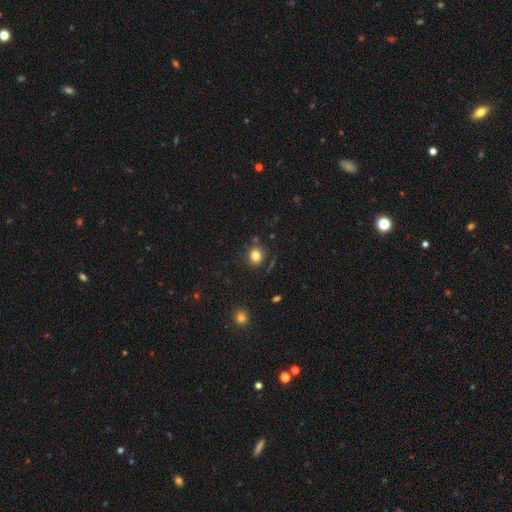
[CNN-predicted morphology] smooth-or-featured: smooth: 80% | star or artifact: 12% | featured or disk: 7%
  how-rounded: round: 75% | in between: 24% | cigar-shaped: 1%
  merging: none: 80% | minor disturbance: 11% | merger: 6% | major disturbance: 4%